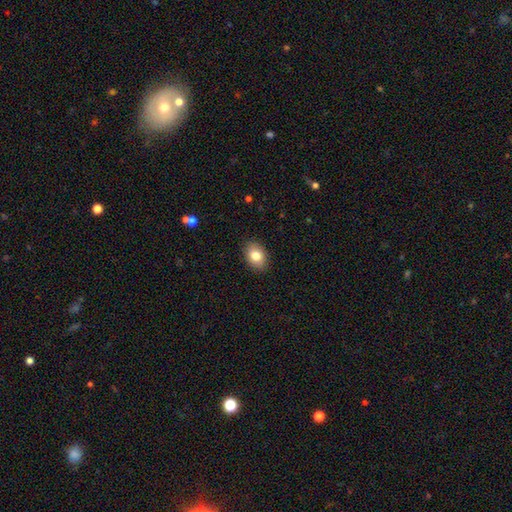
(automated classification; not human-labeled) A smooth galaxy with no disk features (82%) that is in between round and cigar-shaped (77%). Merging: none (89%).